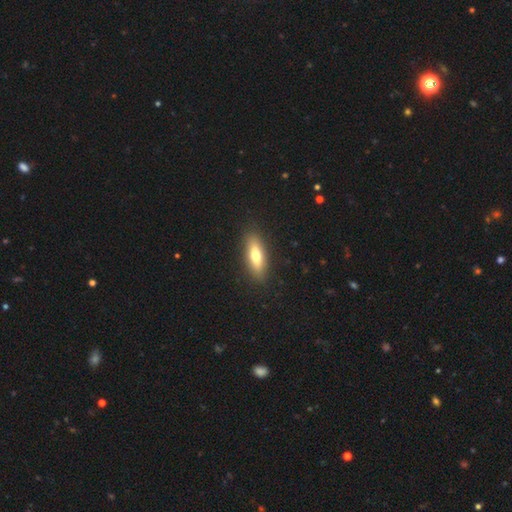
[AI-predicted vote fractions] Q: Smooth or featured?
A: smooth (65%); runner-up: featured or disk (28%)
Q: How rounded?
A: in between (51%); runner-up: cigar-shaped (46%)
Q: Merging?
A: none (89%); runner-up: minor disturbance (8%)